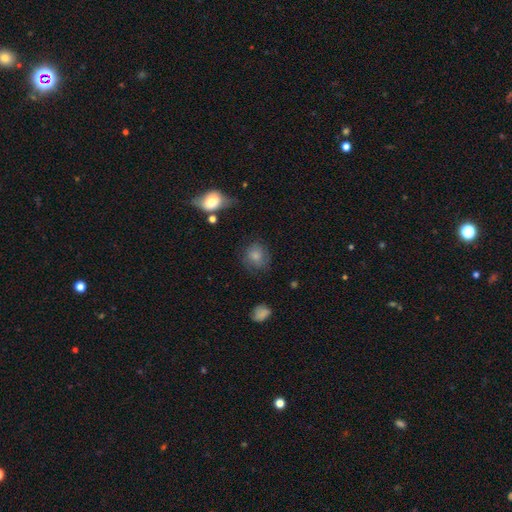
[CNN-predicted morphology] Smooth or featured?
  - smooth: 78% *
  - featured or disk: 12%
  - star or artifact: 10%
How rounded?
  - round: 77% *
  - in between: 22%
  - cigar-shaped: 1%
Merging?
  - none: 68% *
  - minor disturbance: 21%
  - major disturbance: 8%
  - merger: 3%